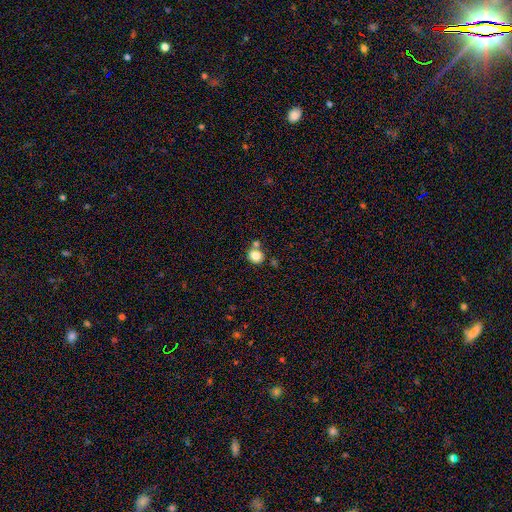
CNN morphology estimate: smooth-or-featured: smooth: 83% | star or artifact: 10% | featured or disk: 7%
  how-rounded: round: 83% | in between: 16% | cigar-shaped: 1%
  merging: none: 65% | merger: 22% | minor disturbance: 10% | major disturbance: 3%